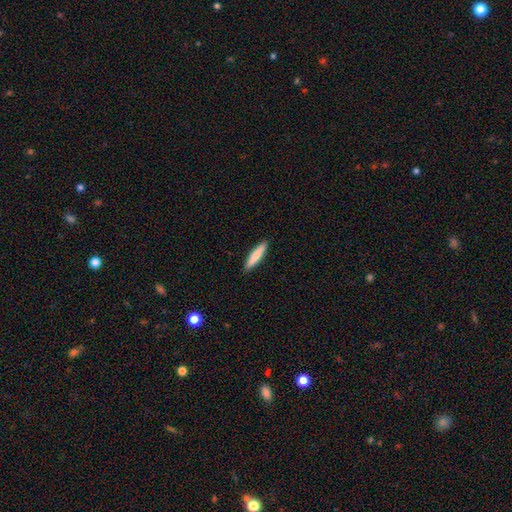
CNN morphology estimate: Overall: smooth (71%). How rounded: cigar-shaped (88%). Merging: none (91%).